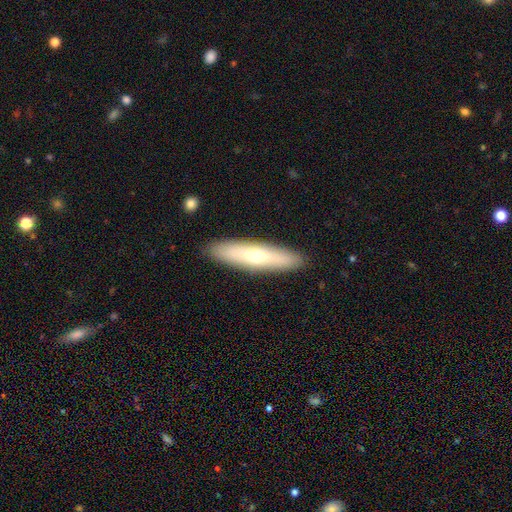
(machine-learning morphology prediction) This appears to be a smooth galaxy with no disk features (54%) that is cigar-shaped (76%). Merging: none (91%).